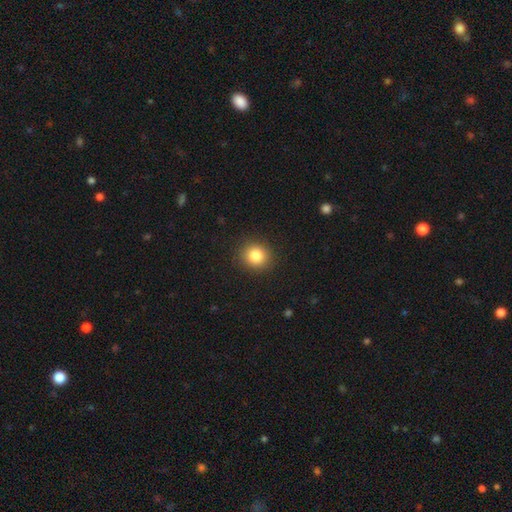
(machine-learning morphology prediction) smooth 84%, star or artifact 11%, featured or disk 6%. Down the decision tree: how rounded — round (87%); merging — none (90%).